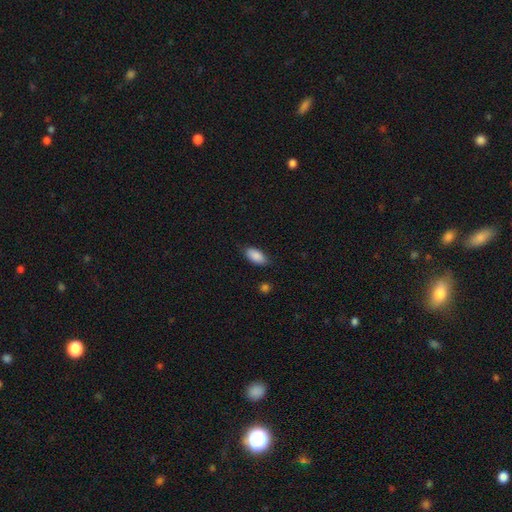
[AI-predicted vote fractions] This is clearly a smooth galaxy (88%). How rounded: clearly in between (91%). Merging: clearly none (81%).